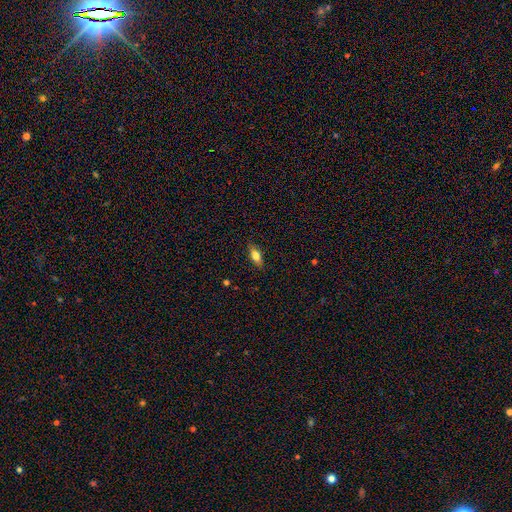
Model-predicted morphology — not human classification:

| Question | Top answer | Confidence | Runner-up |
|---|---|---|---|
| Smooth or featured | smooth | 77% | featured or disk (15%) |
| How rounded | in between | 81% | cigar-shaped (15%) |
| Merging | none | 85% | minor disturbance (12%) |